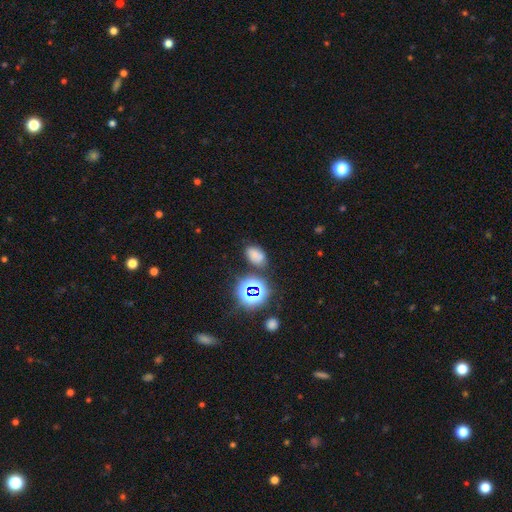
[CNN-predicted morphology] type=smooth (59%); roundness=in between (84%); merging=none (66%).